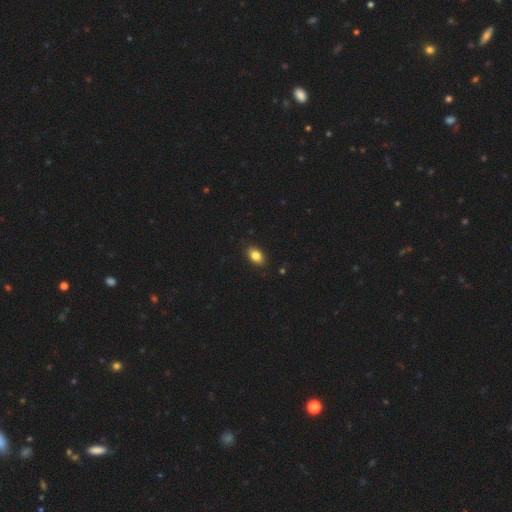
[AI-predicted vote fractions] Smooth or featured? Predicted: smooth (p=0.84). How rounded? Predicted: in between (p=0.86). Merging? Predicted: none (p=0.88).